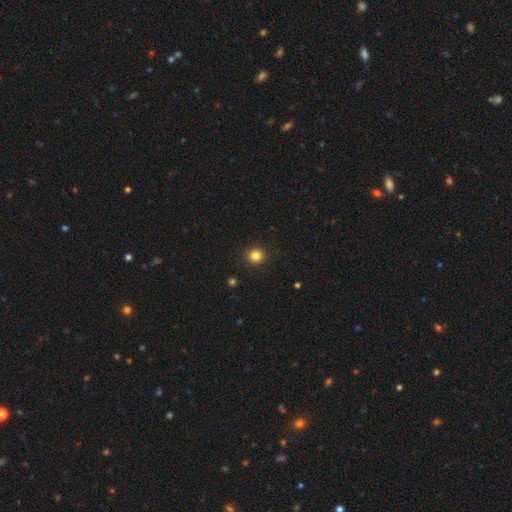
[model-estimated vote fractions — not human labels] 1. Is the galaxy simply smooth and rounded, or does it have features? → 83% smooth, 13% star or artifact, 4% featured or disk.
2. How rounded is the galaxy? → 91% round, 8% in between, 1% cigar-shaped.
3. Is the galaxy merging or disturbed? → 92% none, 5% minor disturbance, 2% major disturbance, 1% merger.